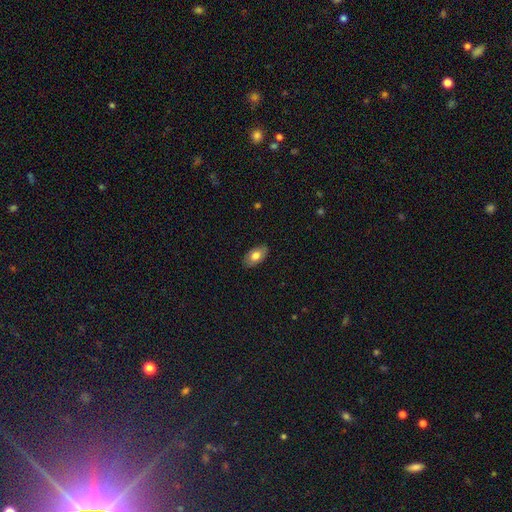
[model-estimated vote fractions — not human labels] A smooth galaxy with no disk features (75%) that is in between round and cigar-shaped (93%).

Vote fractions:
- Smooth or featured? smooth: 75% / featured or disk: 19% / star or artifact: 6%
- How rounded? in between: 93% / round: 5% / cigar-shaped: 2%
- Merging? none: 87% / minor disturbance: 10% / major disturbance: 2% / merger: 1%